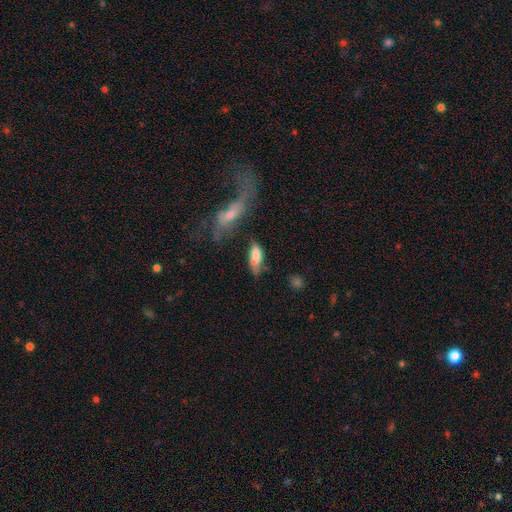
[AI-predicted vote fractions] The model was most divided on "merging": none: 35%, merger: 24%, minor disturbance: 24%, major disturbance: 16%. More confident: smooth or featured — smooth (68%); how rounded — in between (68%).